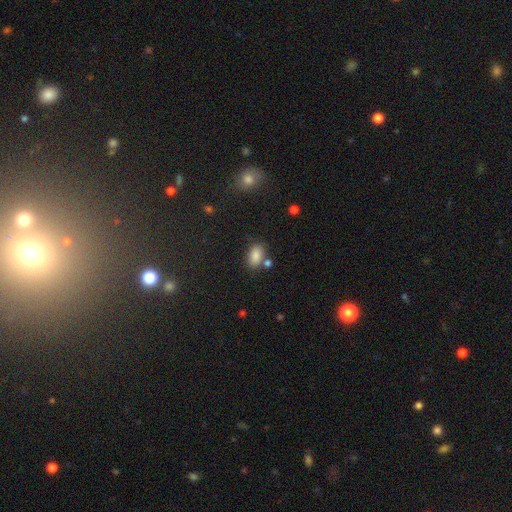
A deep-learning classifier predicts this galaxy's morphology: Overall: smooth (84%). How rounded: in between (89%). Merging: none (71%).